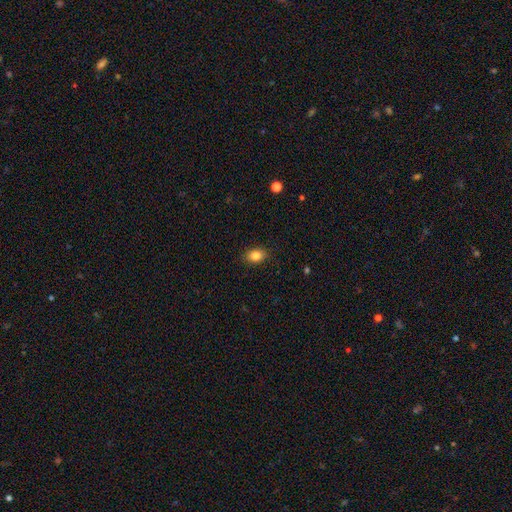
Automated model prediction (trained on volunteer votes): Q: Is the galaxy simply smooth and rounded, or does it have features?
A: smooth — 85%.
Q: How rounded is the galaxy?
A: in between — 78%.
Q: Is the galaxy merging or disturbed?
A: none — 87%.